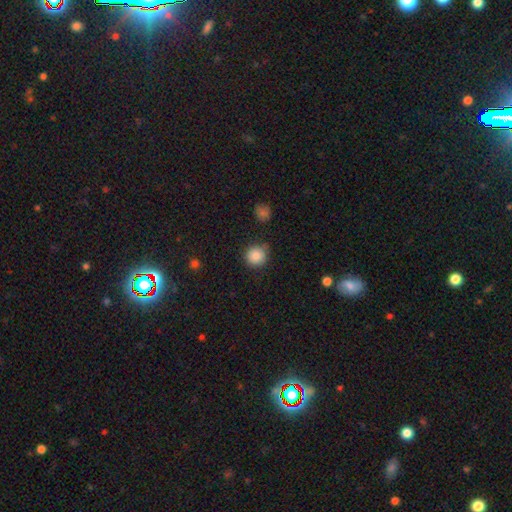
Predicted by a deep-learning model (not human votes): A smooth galaxy with no disk features (86%) that is round (93%). Merging: none (83%).